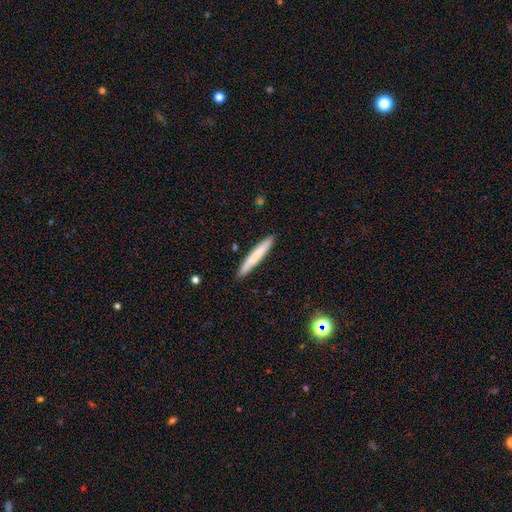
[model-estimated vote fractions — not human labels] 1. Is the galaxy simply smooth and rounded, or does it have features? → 73% smooth, 21% featured or disk, 6% star or artifact.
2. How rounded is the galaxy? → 96% cigar-shaped, 3% in between, 1% round.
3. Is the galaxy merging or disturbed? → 90% none, 8% minor disturbance, 1% major disturbance, 1% merger.